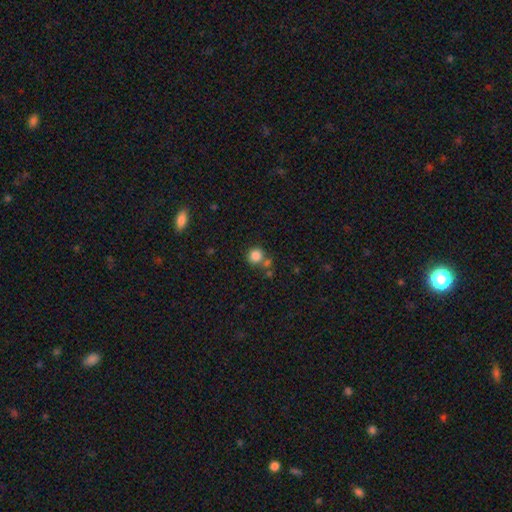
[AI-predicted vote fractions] A smooth galaxy with no disk features (84%) that is round (89%). Merging: none (66%).